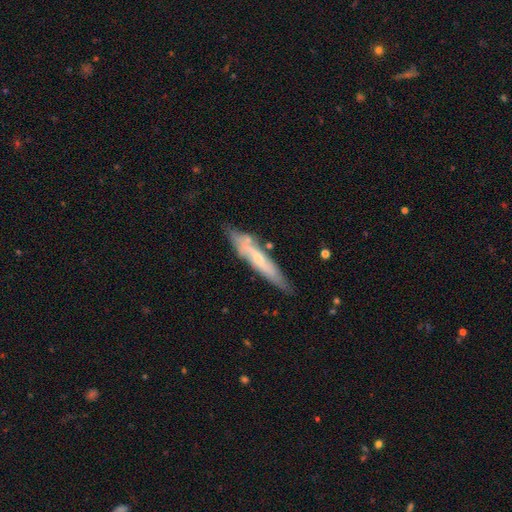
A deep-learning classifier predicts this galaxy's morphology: Smooth or featured? featured or disk (52%)
Edge-on disk? yes (76%)
Merging? none (72%)